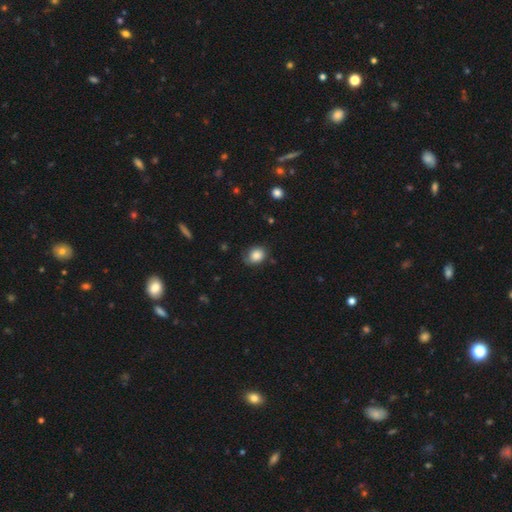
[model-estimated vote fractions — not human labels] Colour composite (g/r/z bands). It shows a smooth galaxy with no disk features (84%) that is round (55%). Merging: none (67%).